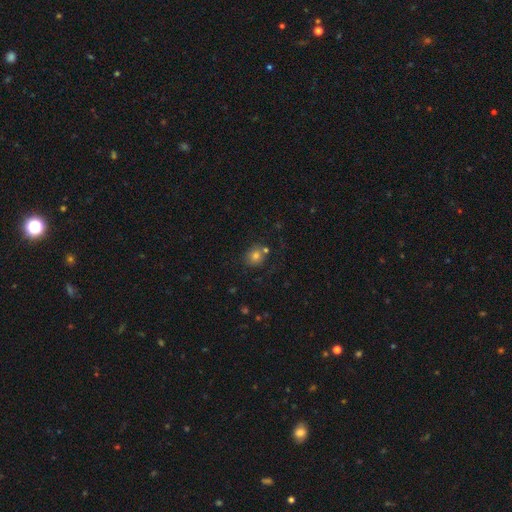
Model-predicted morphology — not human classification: type=smooth (78%); roundness=round (80%); merging=none (69%).